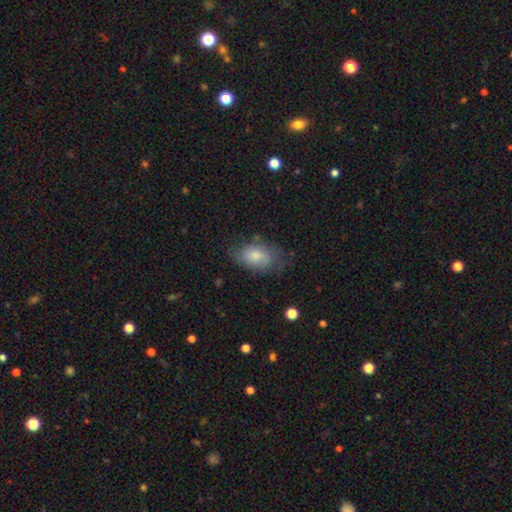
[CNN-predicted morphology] smooth-or-featured: smooth: 73% | featured or disk: 19% | star or artifact: 7%
  how-rounded: in between: 90% | round: 9% | cigar-shaped: 2%
  merging: none: 61% | minor disturbance: 27% | major disturbance: 10% | merger: 2%